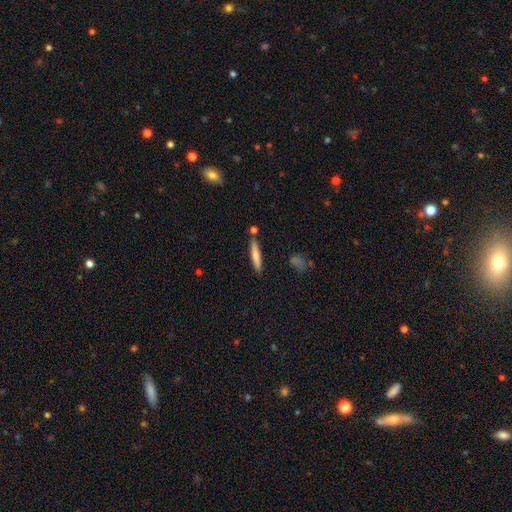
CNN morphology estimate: Smooth or featured? Predicted: smooth (p=0.74). How rounded? Predicted: cigar-shaped (p=0.90). Merging? Predicted: none (p=0.82).